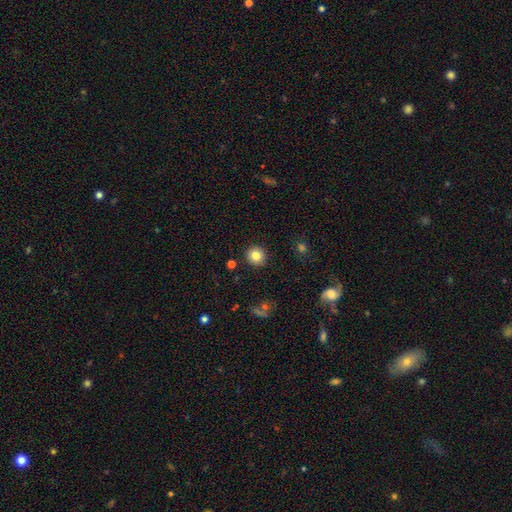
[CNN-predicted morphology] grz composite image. It shows a smooth galaxy with no disk features (82%) that is round (93%). Merging: none (91%).